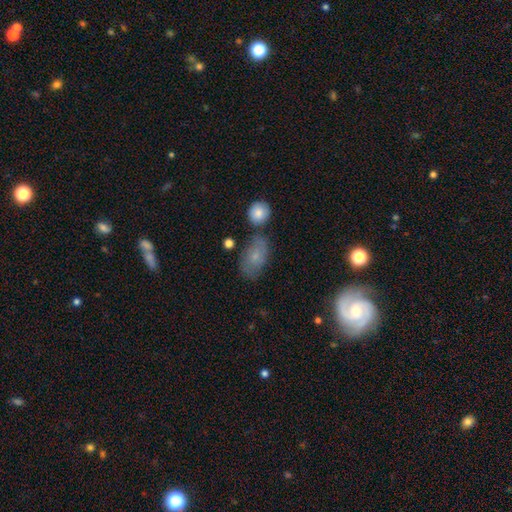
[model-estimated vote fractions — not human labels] Q: Smooth or featured?
A: smooth (60%); runner-up: featured or disk (30%)
Q: How rounded?
A: in between (85%); runner-up: round (12%)
Q: Merging?
A: none (61%); runner-up: minor disturbance (23%)